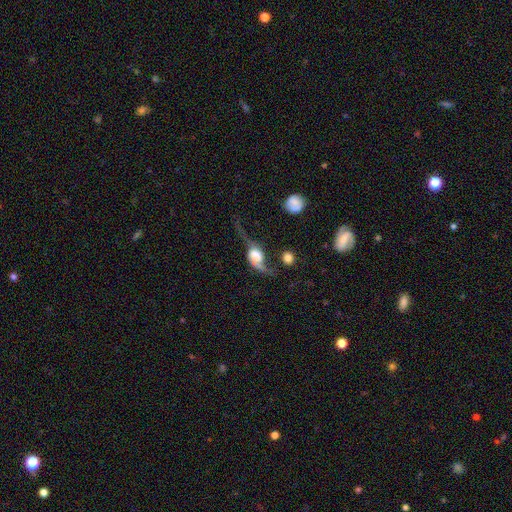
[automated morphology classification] smooth-or-featured: featured or disk: 72% | smooth: 21% | star or artifact: 8%
  disk-edge-on: no: 77% | yes: 23%
    bar: no: 61% | weak: 27% | strong: 12%
    has-spiral-arms: yes: 81% | no: 19%
    bulge-size: large: 45% | dominant: 25% | moderate: 15% | none: 9% | small: 7%
  merging: major disturbance: 41% | none: 31% | minor disturbance: 18% | merger: 10%